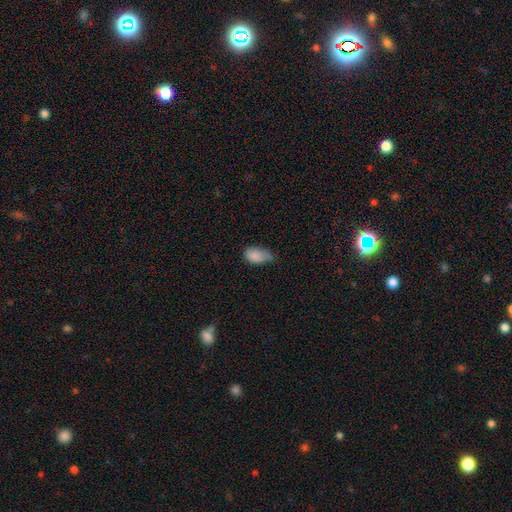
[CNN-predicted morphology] Smooth or featured? Predicted: smooth (p=0.83). How rounded? Predicted: in between (p=0.91). Merging? Predicted: minor disturbance (p=0.48).